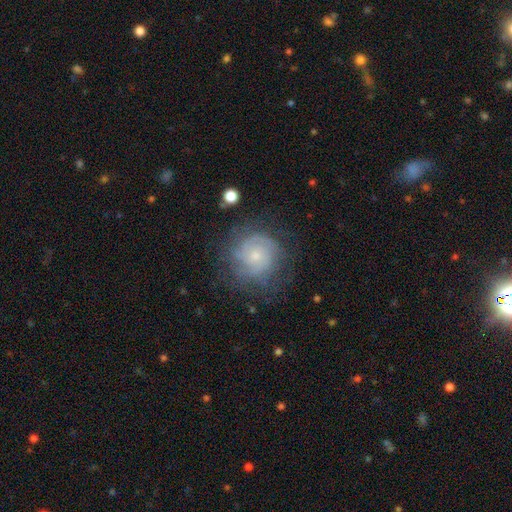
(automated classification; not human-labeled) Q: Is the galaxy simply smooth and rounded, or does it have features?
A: featured or disk — 68%.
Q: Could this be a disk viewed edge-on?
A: no — 98%.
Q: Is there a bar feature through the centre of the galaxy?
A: no — 79%.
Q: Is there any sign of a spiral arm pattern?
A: yes — 89%.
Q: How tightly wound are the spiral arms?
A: tight — 65%.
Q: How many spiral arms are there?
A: can't tell — 42%.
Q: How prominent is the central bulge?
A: small — 70%.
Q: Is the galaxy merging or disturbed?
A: none — 70%.